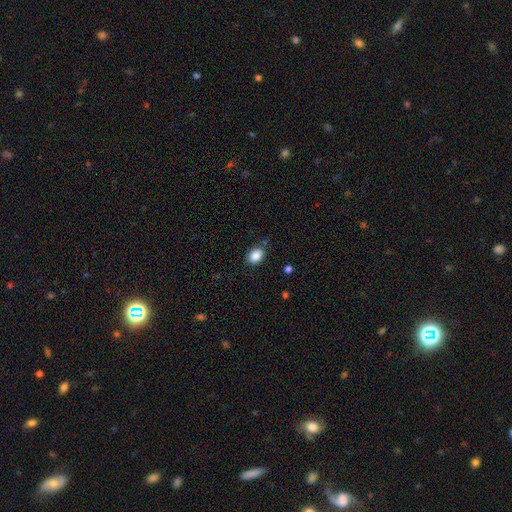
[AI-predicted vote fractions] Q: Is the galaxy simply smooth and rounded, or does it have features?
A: smooth — 87%.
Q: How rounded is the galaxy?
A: in between — 73%.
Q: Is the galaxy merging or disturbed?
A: none — 82%.